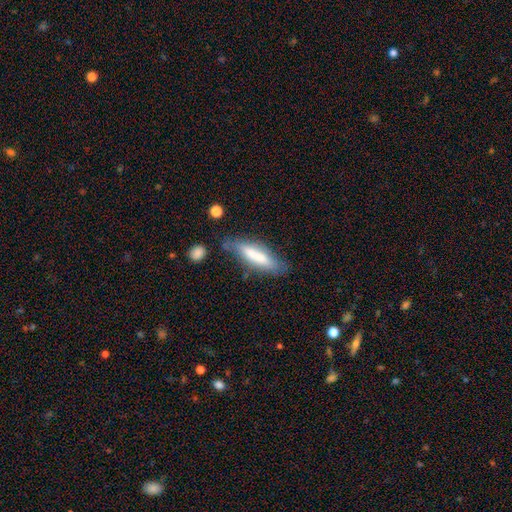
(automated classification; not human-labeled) This is likely a smooth galaxy (66%). How rounded: likely cigar-shaped (66%). Merging: likely none (64%).